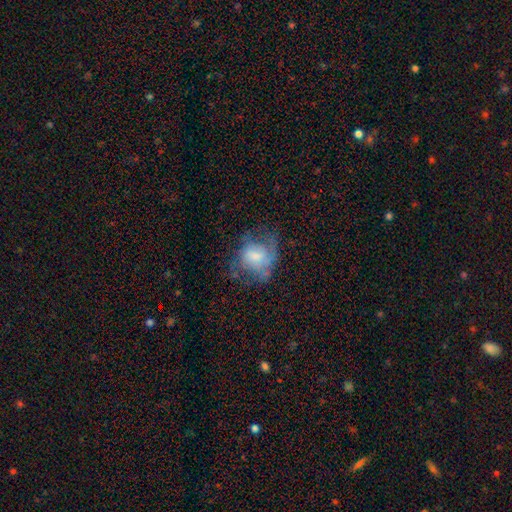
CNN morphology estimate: A featured or disk galaxy (46%). Merging: none (44%).